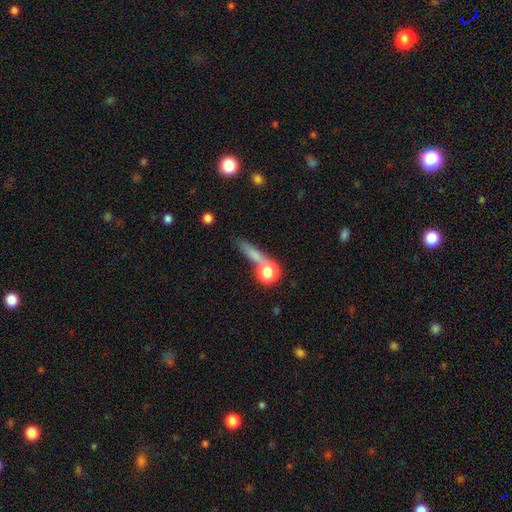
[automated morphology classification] The model was most divided on "how rounded": cigar-shaped: 61%, round: 21%, in between: 18%. More confident: smooth or featured — smooth (65%); merging — none (61%).